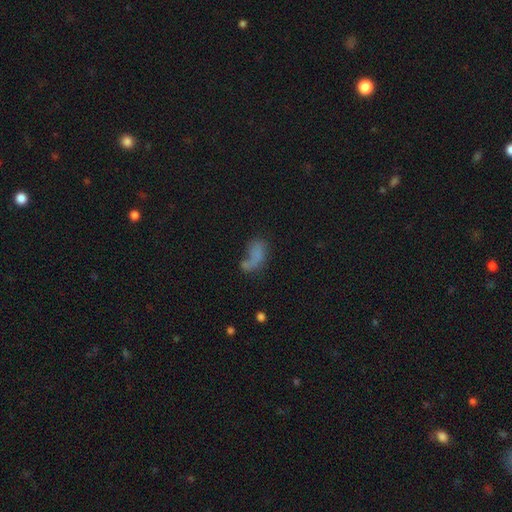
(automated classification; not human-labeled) smooth 63%, featured or disk 23%, star or artifact 14%. Down the decision tree: how rounded — in between (84%); merging — major disturbance (29%, tied with none).